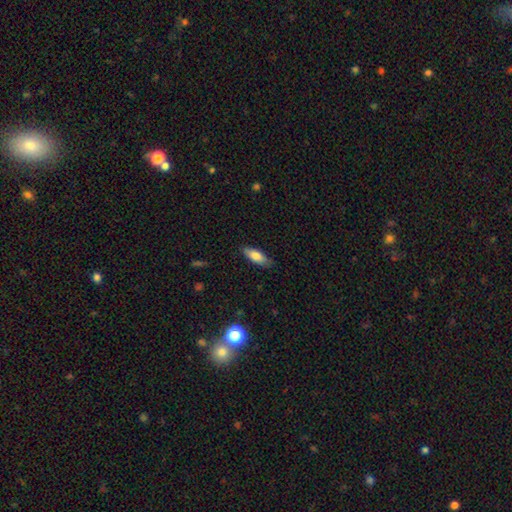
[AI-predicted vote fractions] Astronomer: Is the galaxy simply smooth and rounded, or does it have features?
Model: smooth — 79%.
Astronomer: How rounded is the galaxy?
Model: in between — 70%.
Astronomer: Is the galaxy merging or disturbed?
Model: none — 84%.